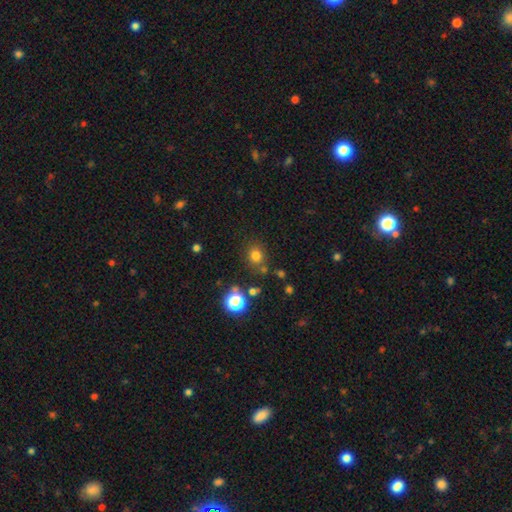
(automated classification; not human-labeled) smooth 75%, star or artifact 19%, featured or disk 7%. Down the decision tree: how rounded — round (79%); merging — none (77%).